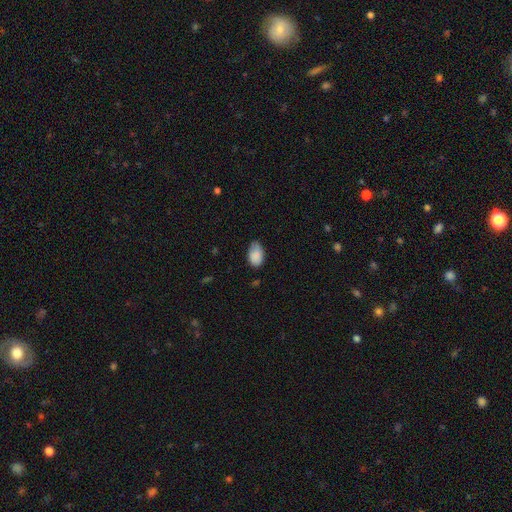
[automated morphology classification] This is clearly a smooth galaxy (85%). How rounded: clearly in between (91%). Merging: possibly none (58%).